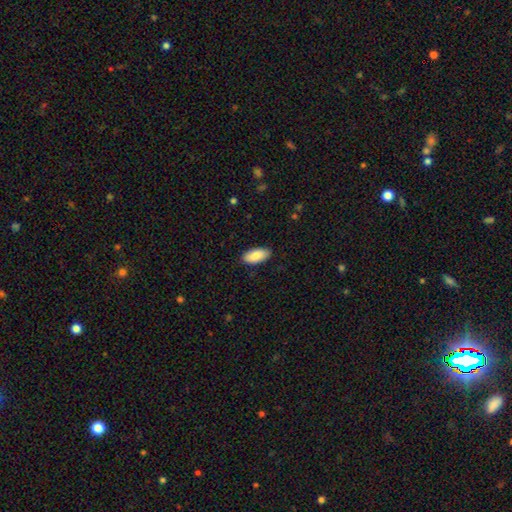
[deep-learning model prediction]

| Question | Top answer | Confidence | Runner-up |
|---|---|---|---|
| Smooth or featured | smooth | 88% | featured or disk (6%) |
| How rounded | in between | 91% | cigar-shaped (8%) |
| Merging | none | 88% | minor disturbance (9%) |